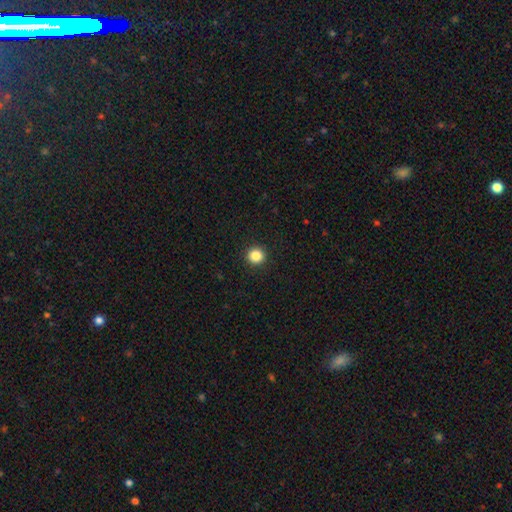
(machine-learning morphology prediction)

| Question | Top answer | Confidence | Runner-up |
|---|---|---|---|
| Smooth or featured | smooth | 85% | star or artifact (11%) |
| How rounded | round | 94% | in between (5%) |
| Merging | none | 93% | minor disturbance (4%) |